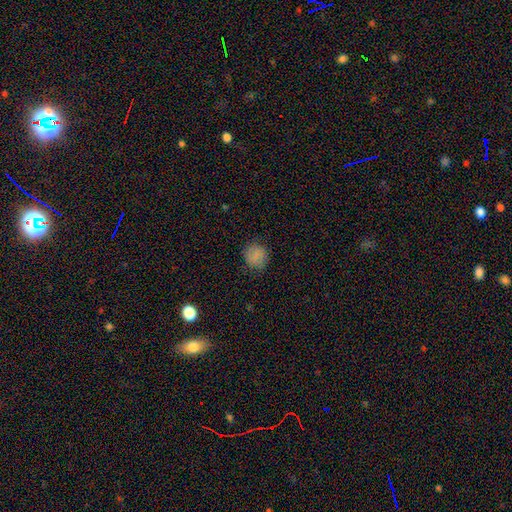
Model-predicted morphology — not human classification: smooth-or-featured: smooth: 82% | star or artifact: 11% | featured or disk: 7%
  how-rounded: round: 84% | in between: 15% | cigar-shaped: 1%
  merging: none: 85% | minor disturbance: 11% | major disturbance: 3% | merger: 1%